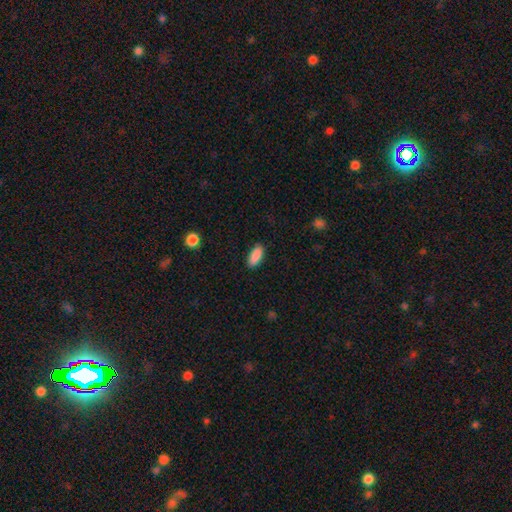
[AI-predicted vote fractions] smooth_or_featured: smooth (p=0.89) [alt: star or artifact p=0.07]
how_rounded: in between (p=0.78) [alt: cigar-shaped p=0.20]
merging: none (p=0.87) [alt: minor disturbance p=0.09]